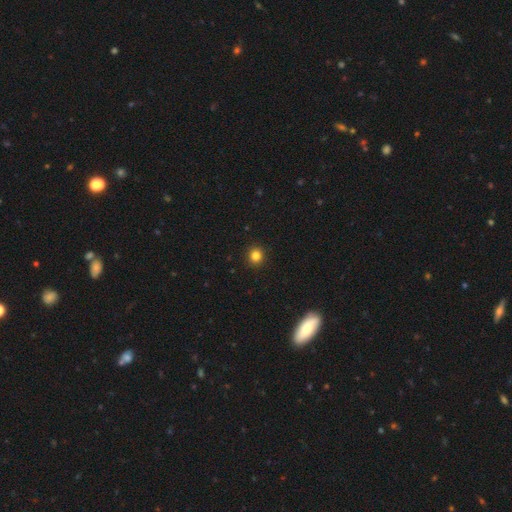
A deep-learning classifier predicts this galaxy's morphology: Smooth or featured: smooth — 82% (star or artifact — 13%)
How rounded: round — 91% (in between — 8%)
Merging: none — 92% (minor disturbance — 5%)